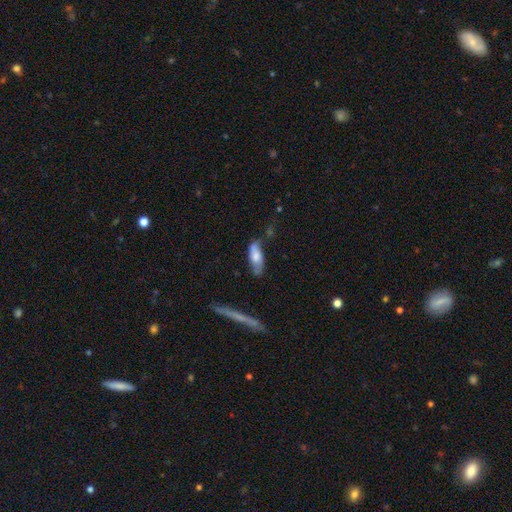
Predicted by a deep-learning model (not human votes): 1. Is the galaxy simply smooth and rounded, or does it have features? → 58% smooth, 36% featured or disk, 7% star or artifact.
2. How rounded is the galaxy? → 63% in between, 34% cigar-shaped, 3% round.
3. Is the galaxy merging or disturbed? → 59% none, 27% minor disturbance, 8% major disturbance, 6% merger.